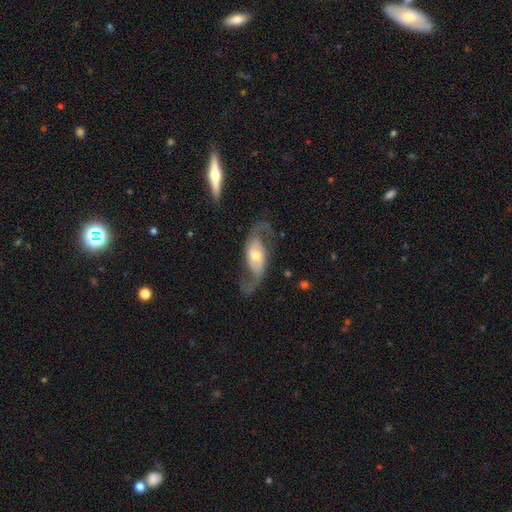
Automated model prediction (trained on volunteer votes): Q: Smooth or featured?
A: featured or disk (87%); runner-up: smooth (8%)
Q: Edge-on disk?
A: no (95%); runner-up: yes (5%)
Q: Bar?
A: no (50%); runner-up: weak (35%)
Q: Spiral arms?
A: yes (95%); runner-up: no (5%)
Q: Spiral winding?
A: loose (65%); runner-up: medium (28%)
Q: Spiral arm count?
A: 2 (93%); runner-up: can't tell (2%)
Q: Bulge size?
A: moderate (61%); runner-up: small (28%)
Q: Merging?
A: none (71%); runner-up: minor disturbance (14%)